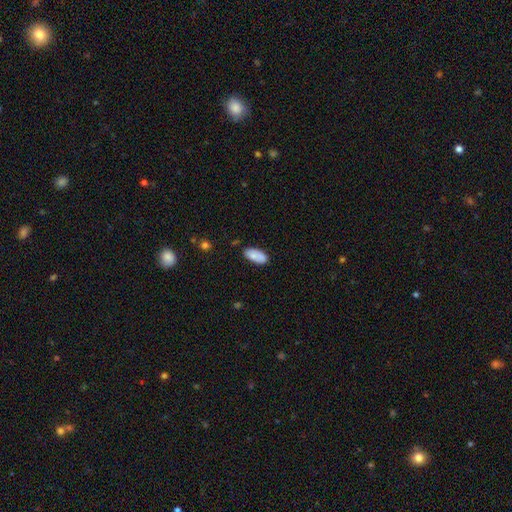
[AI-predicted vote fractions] smooth 82%, featured or disk 11%, star or artifact 7%. Down the decision tree: how rounded — in between (90%); merging — none (77%).